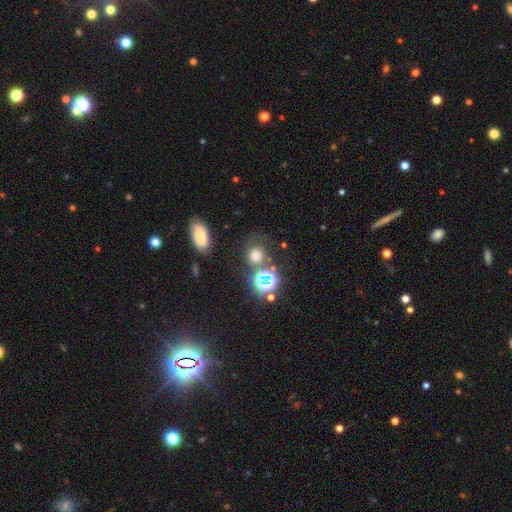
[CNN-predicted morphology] Overall: smooth (61%; star or artifact 29%). How rounded: round (80%). Merging: none (62%).